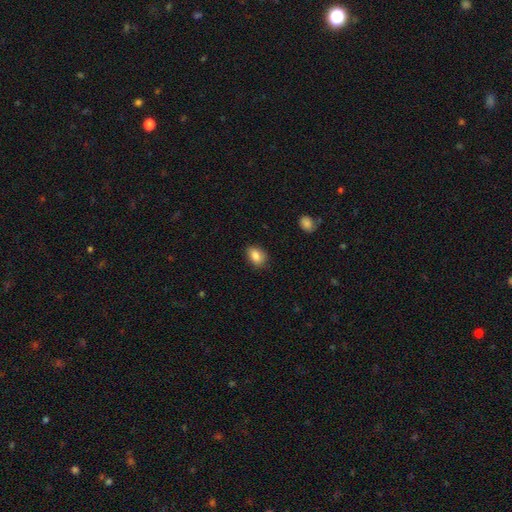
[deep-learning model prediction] The model was most divided on "how rounded": in between: 77%, round: 22%, cigar-shaped: 1%. More confident: smooth or featured — smooth (85%); merging — none (82%).